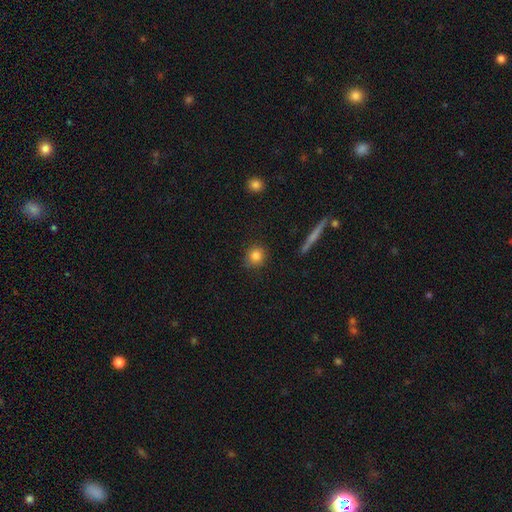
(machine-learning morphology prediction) Smooth or featured: smooth — 83% (star or artifact — 9%)
How rounded: round — 87% (in between — 11%)
Merging: none — 85% (minor disturbance — 11%)